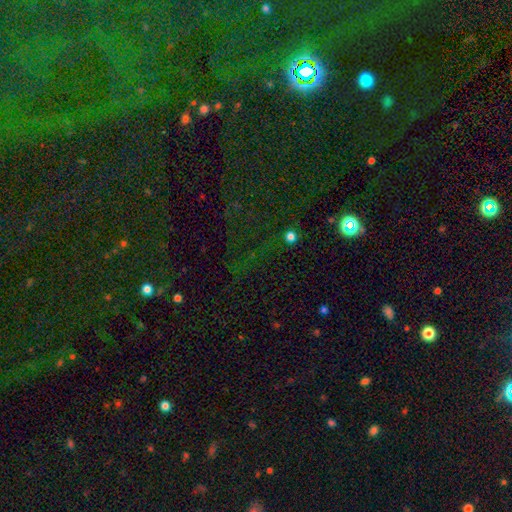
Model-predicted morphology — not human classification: Overall: star or artifact (71%).